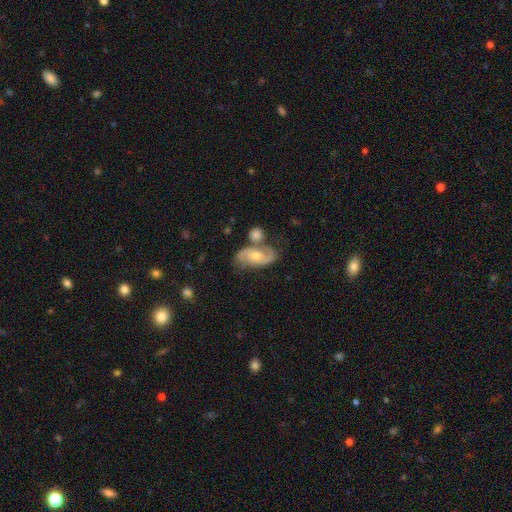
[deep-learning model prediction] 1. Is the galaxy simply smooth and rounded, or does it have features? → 77% featured or disk, 16% smooth, 7% star or artifact.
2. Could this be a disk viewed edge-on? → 95% no, 5% yes.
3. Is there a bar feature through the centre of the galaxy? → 60% no, 31% weak, 9% strong.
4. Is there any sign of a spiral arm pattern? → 93% yes, 7% no.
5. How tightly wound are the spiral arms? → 47% medium, 30% loose, 23% tight.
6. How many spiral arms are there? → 88% 2, 6% can't tell, 2% 1, 2% 3, 1% 4, 1% more than 4.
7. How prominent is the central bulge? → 57% moderate, 37% small, 3% large, 2% none, 1% dominant.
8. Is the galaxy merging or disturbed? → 59% none, 18% merger, 17% minor disturbance, 7% major disturbance.